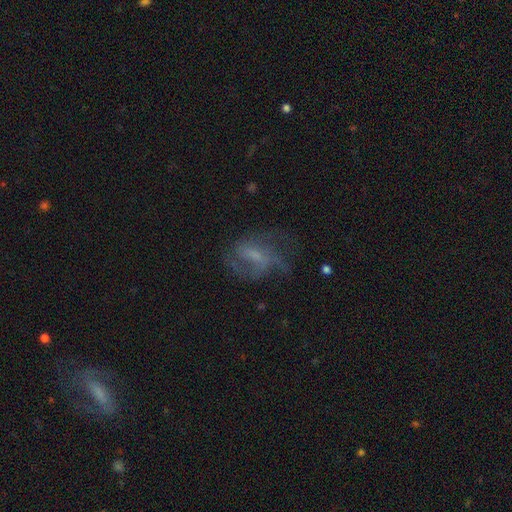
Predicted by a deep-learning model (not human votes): This is likely a featured or disk galaxy (68%). It is clearly not viewed edge-on (96%). Bar: possibly weak (48%). Spiral arm pattern: clearly yes (82%). Spiral arm count: marginally can't tell (31%). Spiral winding: possibly medium (45%). Central bulge: marginally small (41%). Merging: possibly none (52%).